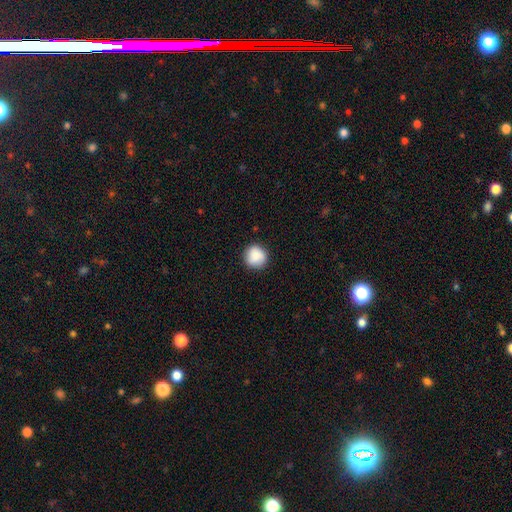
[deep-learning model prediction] The model was most divided on "merging": none: 87%, minor disturbance: 9%, major disturbance: 2%, merger: 1%. More confident: how rounded — round (92%); smooth or featured — smooth (87%).